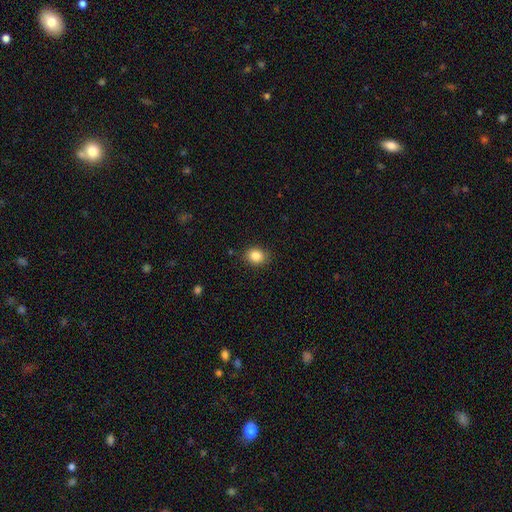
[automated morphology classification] Smooth or featured? Predicted: smooth (p=0.85). How rounded? Predicted: round (p=0.63). Merging? Predicted: none (p=0.87).